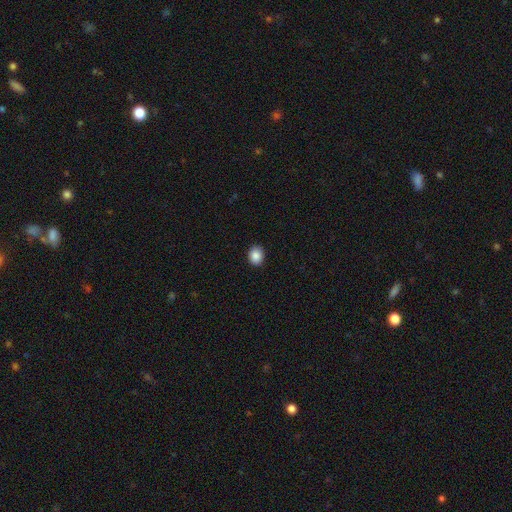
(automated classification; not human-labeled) This appears to be a smooth galaxy with no disk features (88%) that is round (56%). Merging: none (90%).